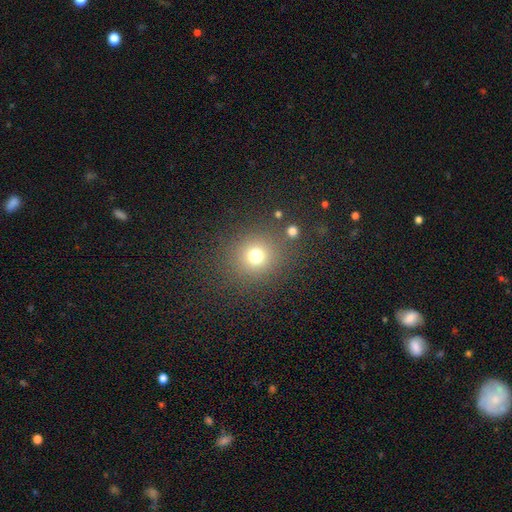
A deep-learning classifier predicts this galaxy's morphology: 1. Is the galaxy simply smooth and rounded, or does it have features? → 74% smooth, 18% star or artifact, 8% featured or disk.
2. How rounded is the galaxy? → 89% round, 10% in between, 1% cigar-shaped.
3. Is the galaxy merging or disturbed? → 84% none, 8% minor disturbance, 5% major disturbance, 4% merger.